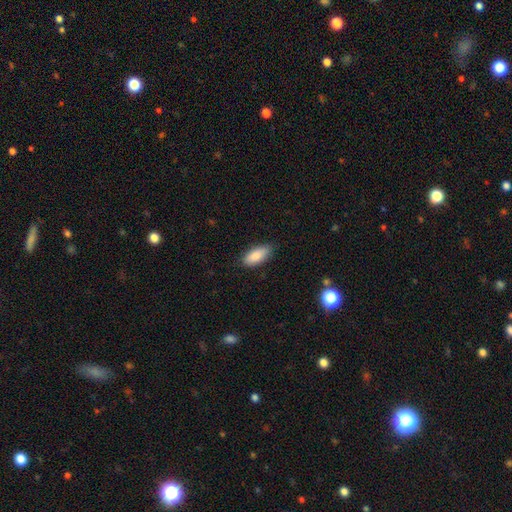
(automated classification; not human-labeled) Smooth or featured: smooth — 86% (featured or disk — 8%)
How rounded: in between — 83% (cigar-shaped — 15%)
Merging: none — 83% (minor disturbance — 14%)